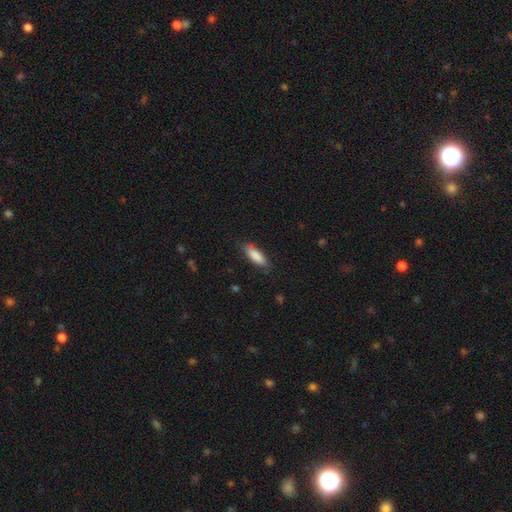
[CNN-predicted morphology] This is clearly a smooth galaxy (86%). How rounded: possibly in between (55%). Merging: likely none (80%).